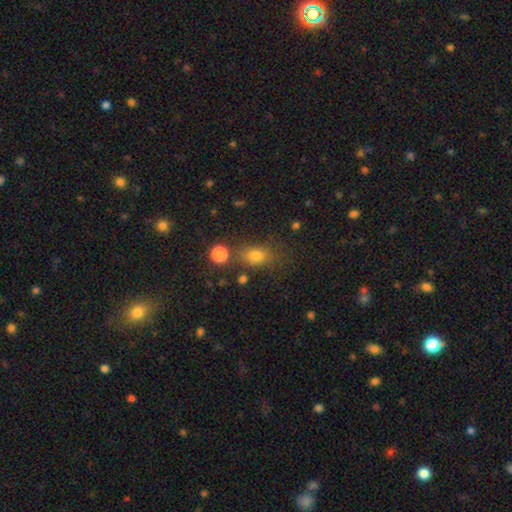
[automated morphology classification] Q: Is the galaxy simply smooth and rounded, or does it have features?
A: smooth — 75%.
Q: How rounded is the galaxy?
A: in between — 70%.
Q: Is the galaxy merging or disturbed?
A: none — 71%.